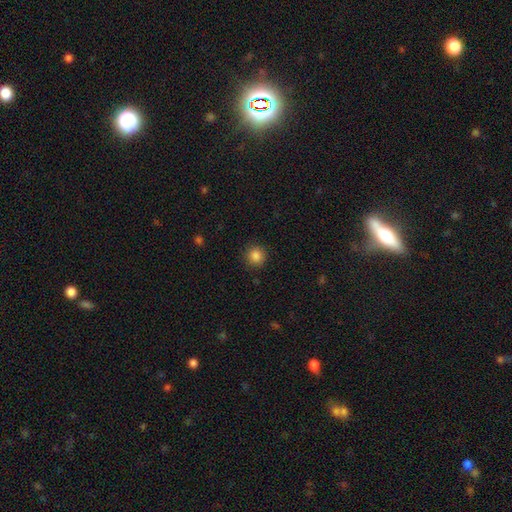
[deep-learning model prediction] Overall: smooth (85%). How rounded: round (93%). Merging: none (90%).